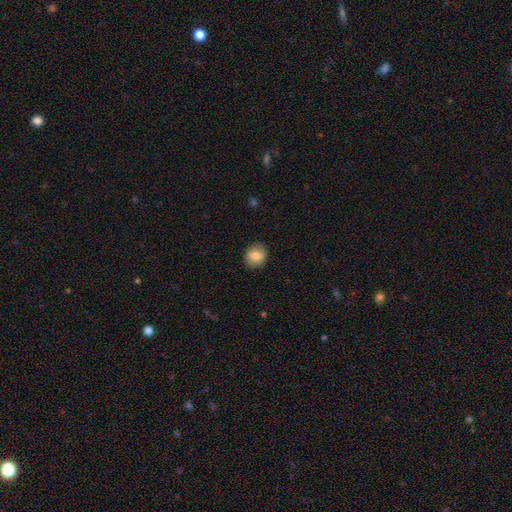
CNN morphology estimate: A smooth galaxy with no disk features (81%) that is round (76%). Merging: none (88%).